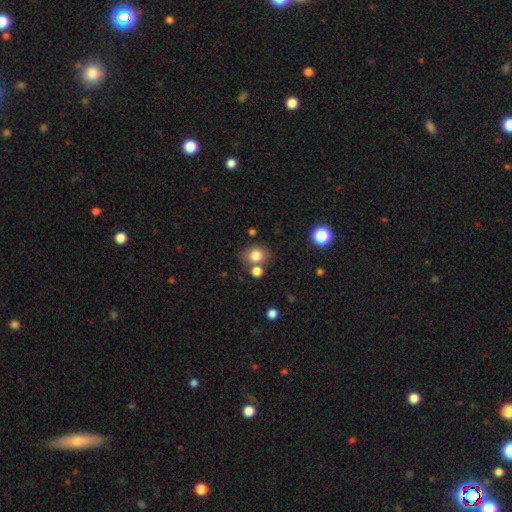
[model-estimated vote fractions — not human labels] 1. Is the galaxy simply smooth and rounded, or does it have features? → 81% smooth, 11% star or artifact, 8% featured or disk.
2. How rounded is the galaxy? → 64% round, 35% in between, 1% cigar-shaped.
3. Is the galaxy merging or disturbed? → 67% none, 17% merger, 12% minor disturbance, 4% major disturbance.